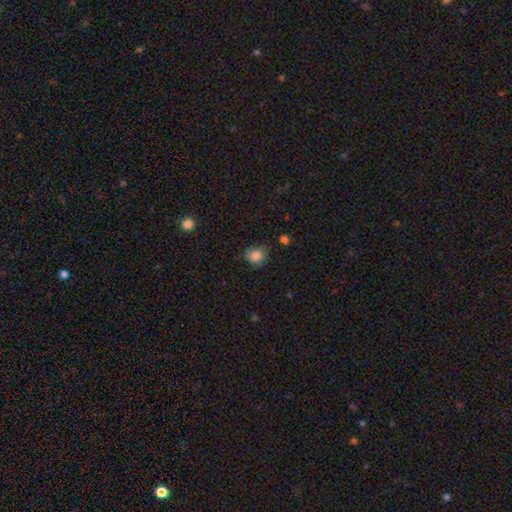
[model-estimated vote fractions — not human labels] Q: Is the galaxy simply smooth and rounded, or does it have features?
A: smooth — 84%.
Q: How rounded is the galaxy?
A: round — 72%.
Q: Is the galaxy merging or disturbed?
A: none — 67%.